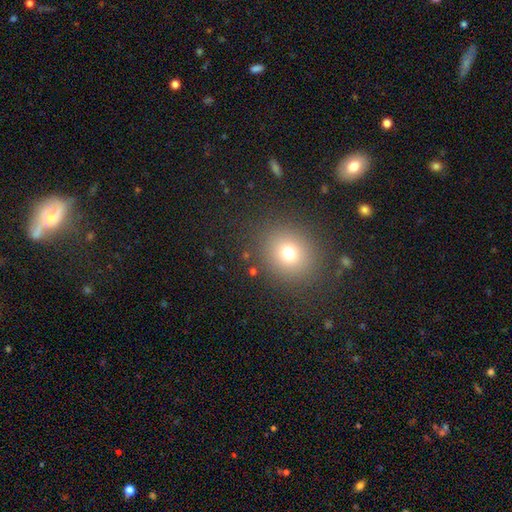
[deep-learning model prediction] This appears to be a smooth galaxy with no disk features (63%) that is round (77%). Merging: none (88%).